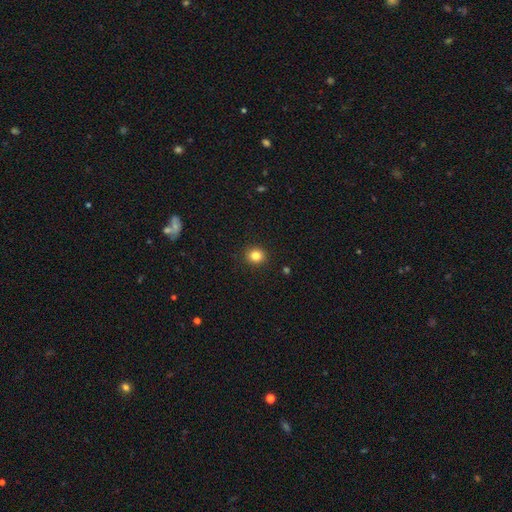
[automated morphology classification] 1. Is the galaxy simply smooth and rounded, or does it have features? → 83% smooth, 12% star or artifact, 5% featured or disk.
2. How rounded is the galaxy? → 85% round, 14% in between, 1% cigar-shaped.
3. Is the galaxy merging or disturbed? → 92% none, 5% minor disturbance, 2% major disturbance, 1% merger.